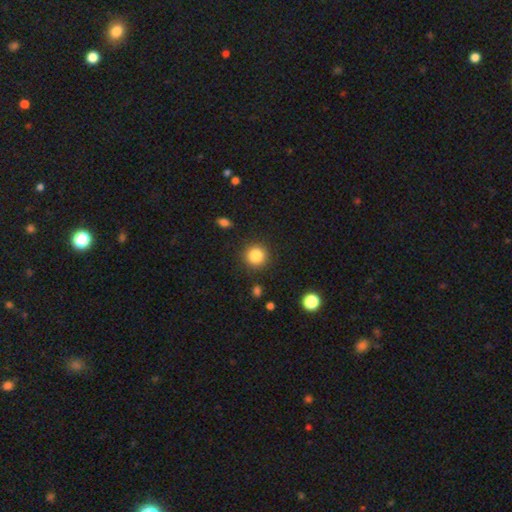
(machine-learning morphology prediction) This is clearly a smooth galaxy (84%). How rounded: clearly round (94%). Merging: clearly none (89%).